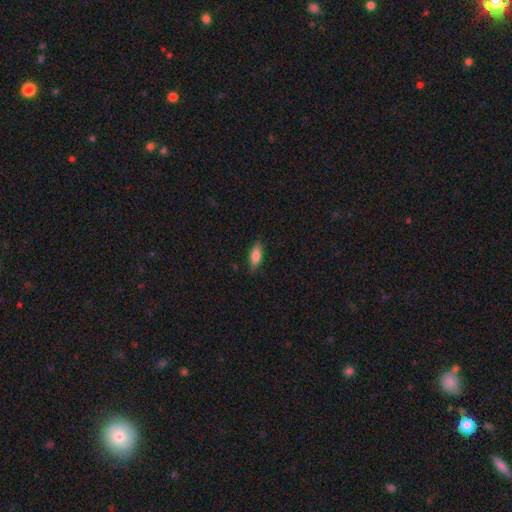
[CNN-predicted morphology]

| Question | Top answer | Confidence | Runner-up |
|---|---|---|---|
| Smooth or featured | smooth | 78% | featured or disk (15%) |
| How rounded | in between | 72% | cigar-shaped (25%) |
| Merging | none | 82% | minor disturbance (14%) |